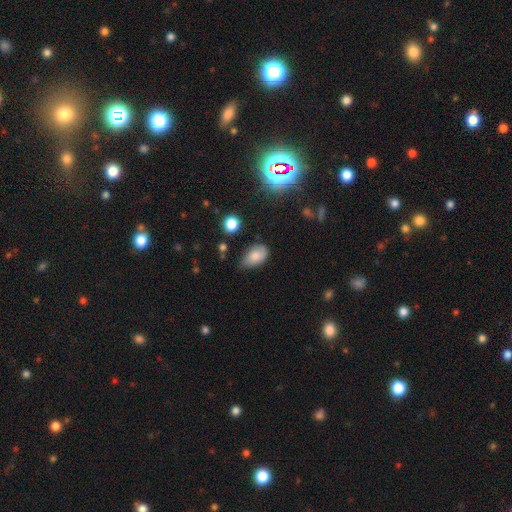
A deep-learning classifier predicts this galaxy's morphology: Overall: smooth (79%). How rounded: in between (90%). Merging: none (54%; minor disturbance 36%).